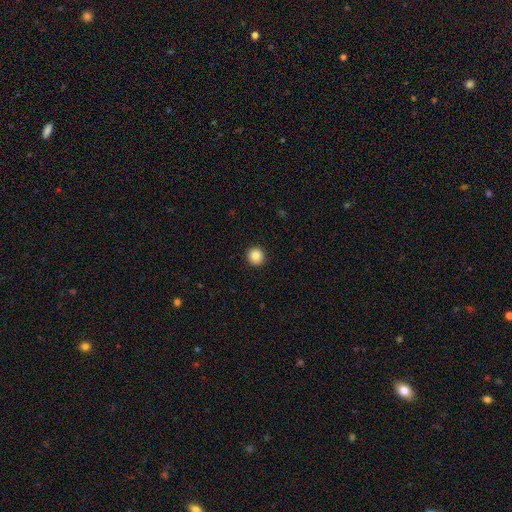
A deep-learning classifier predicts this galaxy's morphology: type=smooth (86%); roundness=round (95%); merging=none (93%).